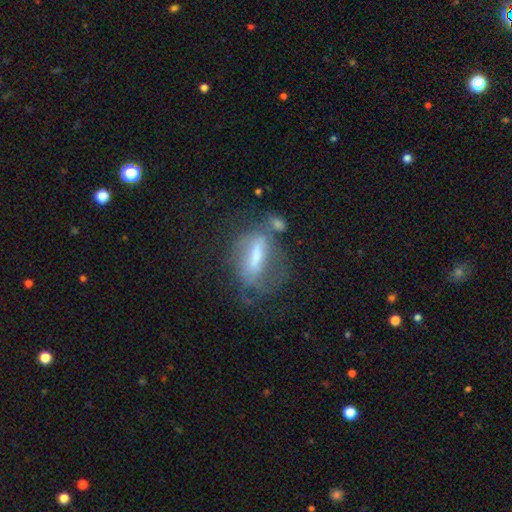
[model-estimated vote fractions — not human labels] The model was most divided on "merging": none: 31%, major disturbance: 29%, minor disturbance: 21%, merger: 19%. Remaining: smooth or featured — featured or disk (49%).